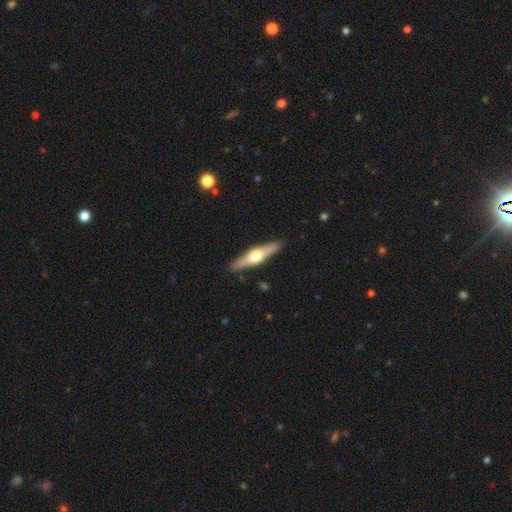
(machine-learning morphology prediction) type=featured or disk (62%); edge-on=yes (95%); edge-on bulge=rounded (95%); merging=none (90%).